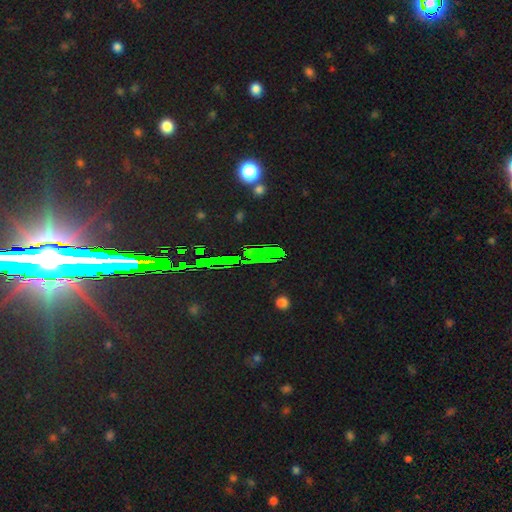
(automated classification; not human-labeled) Smooth or featured?
  - star or artifact: 73% *
  - featured or disk: 17%
  - smooth: 10%